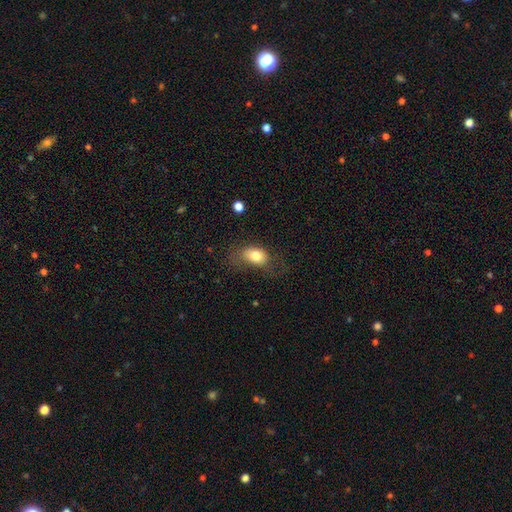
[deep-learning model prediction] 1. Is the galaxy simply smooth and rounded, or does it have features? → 79% smooth, 12% featured or disk, 9% star or artifact.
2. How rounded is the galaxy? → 80% in between, 18% round, 2% cigar-shaped.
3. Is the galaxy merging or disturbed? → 50% none, 26% minor disturbance, 22% major disturbance, 2% merger.